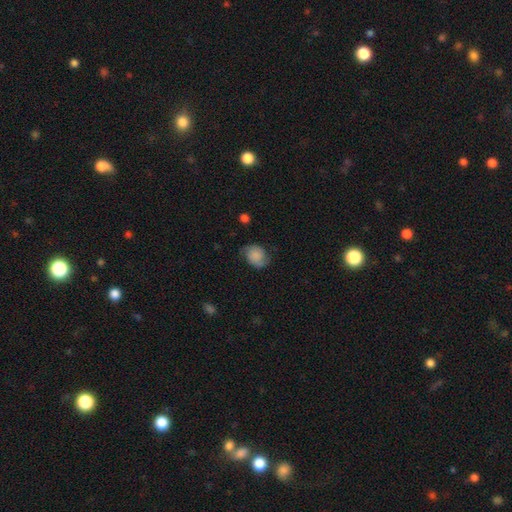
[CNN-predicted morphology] smooth 60%, featured or disk 30%, star or artifact 9%. Down the decision tree: how rounded — in between (53%); merging — none (66%).